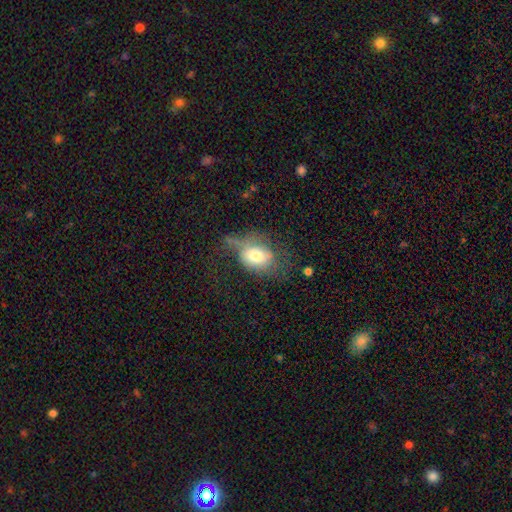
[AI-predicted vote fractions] smooth_or_featured: smooth (p=0.68) [alt: featured or disk p=0.23]
how_rounded: in between (p=0.70) [alt: round p=0.28]
merging: major disturbance (p=0.36) [alt: none p=0.32]